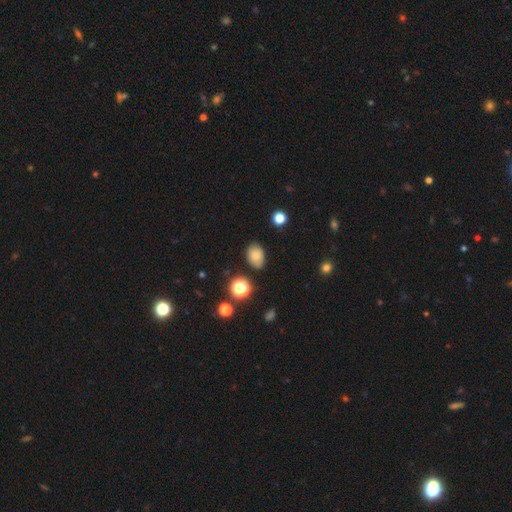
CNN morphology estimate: A smooth galaxy with no disk features (81%) that is in between round and cigar-shaped (78%).

Vote fractions:
- Smooth or featured? smooth: 81% / star or artifact: 11% / featured or disk: 8%
- How rounded? in between: 78% / round: 21% / cigar-shaped: 1%
- Merging? none: 77% / minor disturbance: 17% / major disturbance: 4% / merger: 2%